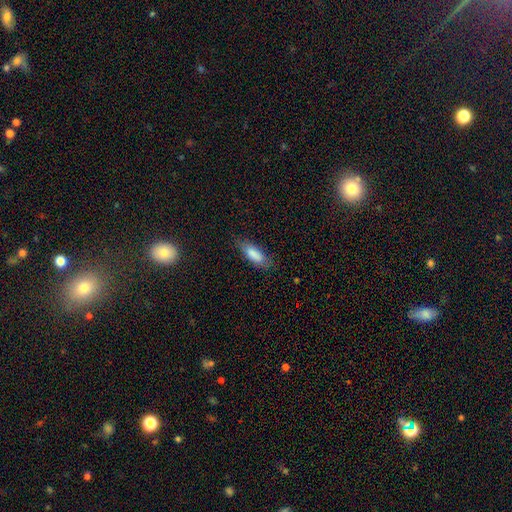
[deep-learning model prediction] smooth-or-featured: smooth: 82% | featured or disk: 11% | star or artifact: 7%
  how-rounded: in between: 65% | cigar-shaped: 33% | round: 2%
  merging: none: 75% | minor disturbance: 19% | major disturbance: 5% | merger: 1%